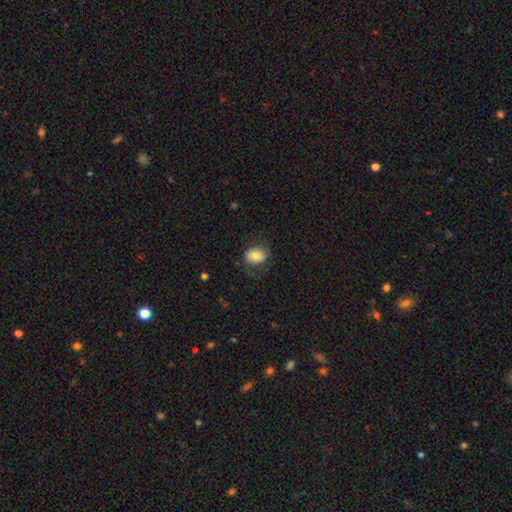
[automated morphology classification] type=smooth (69%); roundness=in between (62%); merging=none (69%).